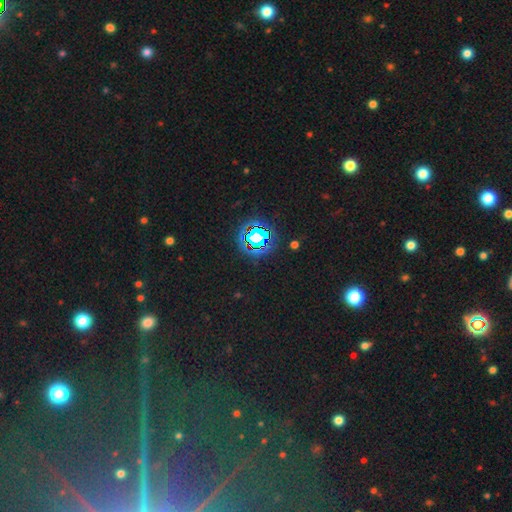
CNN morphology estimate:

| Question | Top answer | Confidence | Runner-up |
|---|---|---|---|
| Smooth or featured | star or artifact | 75% | featured or disk (13%) |